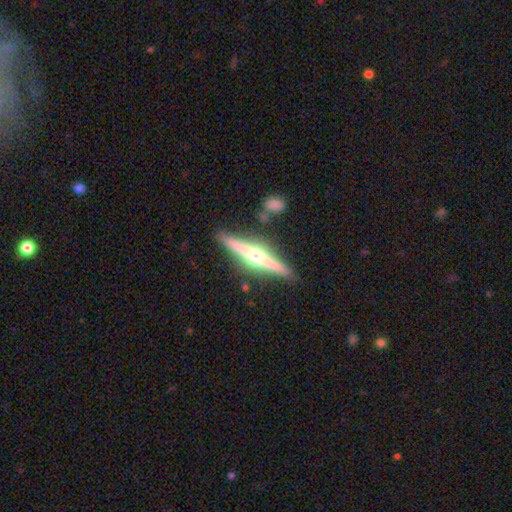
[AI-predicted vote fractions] featured or disk 79%, smooth 16%, star or artifact 5%. Down the decision tree: edge-on disk — yes (98%); edge-on bulge — rounded (95%); merging — none (86%).